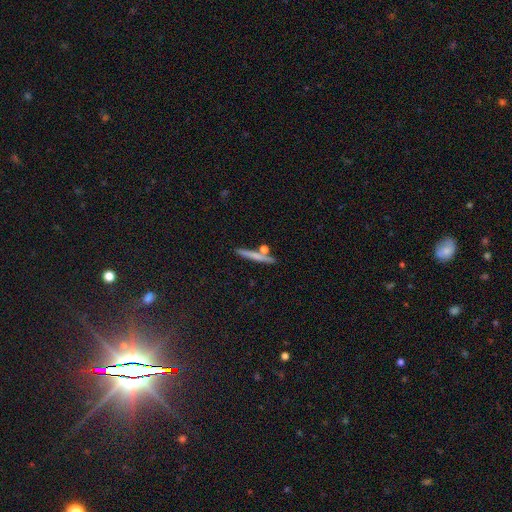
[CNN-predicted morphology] smooth-or-featured: smooth: 60% | featured or disk: 31% | star or artifact: 8%
  how-rounded: cigar-shaped: 91% | in between: 5% | round: 4%
  merging: none: 77% | merger: 12% | minor disturbance: 9% | major disturbance: 3%